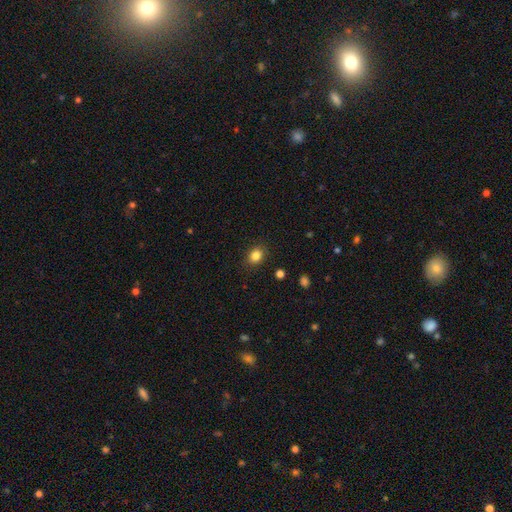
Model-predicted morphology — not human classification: type=smooth (84%); roundness=round (56%); merging=none (88%).